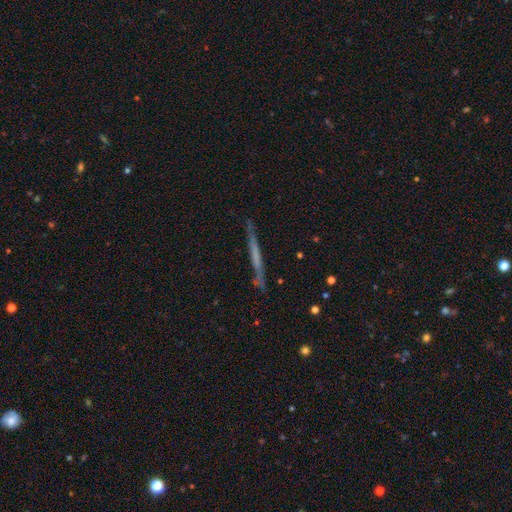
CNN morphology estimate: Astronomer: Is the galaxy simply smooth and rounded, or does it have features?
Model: featured or disk — 54% (runner-up: smooth, 39%).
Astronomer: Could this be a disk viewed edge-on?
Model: yes — 94%.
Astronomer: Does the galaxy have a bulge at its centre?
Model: none — 86%.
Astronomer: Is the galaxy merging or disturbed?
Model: none — 83%.